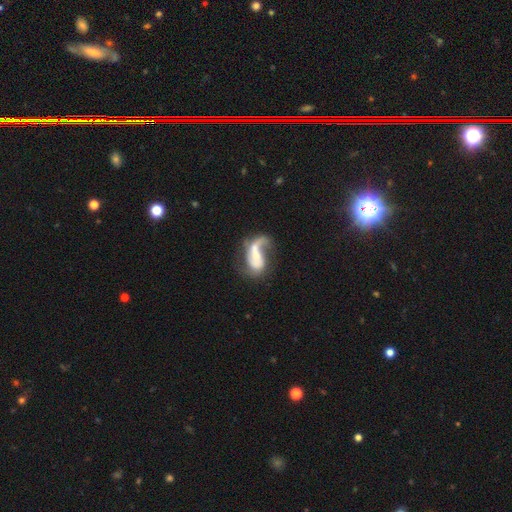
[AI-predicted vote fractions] A featured or disk galaxy (69%) with no bar (45%), 1 (49%) loose (64%) spiral arms (79%) and a small central bulge (36%).

Vote fractions:
- Smooth or featured? featured or disk: 69% / smooth: 24% / star or artifact: 7%
- Edge-on disk? no: 96% / yes: 4%
- Bar? no: 45% / weak: 34% / strong: 21%
- Spiral arms? yes: 79% / no: 21%
- Spiral winding? loose: 64% / medium: 26% / tight: 9%
- Spiral arm count? 1: 49% / 2: 41% / can't tell: 6% / 3: 2% / 4: 1% / more than 4: 1%
- Bulge size? small: 36% / none: 27% / moderate: 26% / large: 9% / dominant: 3%
- Merging? major disturbance: 42% / none: 28% / minor disturbance: 18% / merger: 12%